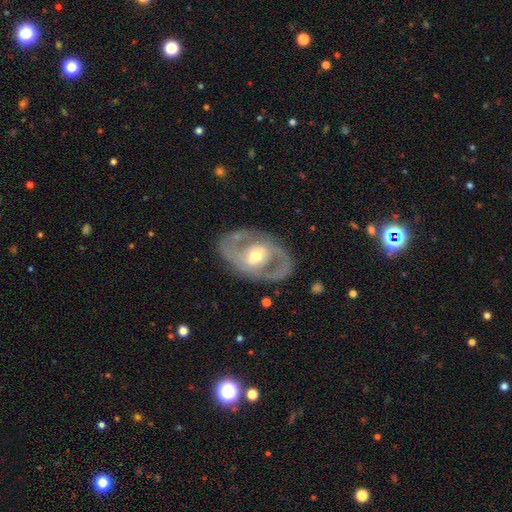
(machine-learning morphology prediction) Smooth or featured: featured or disk — 79% (smooth — 17%)
Edge-on disk: no — 94% (yes — 6%)
Bar: no — 42% (weak — 38%)
Spiral arms: yes — 63% (no — 37%)
Bulge size: moderate — 69% (small — 18%)
Merging: none — 79% (minor disturbance — 12%)